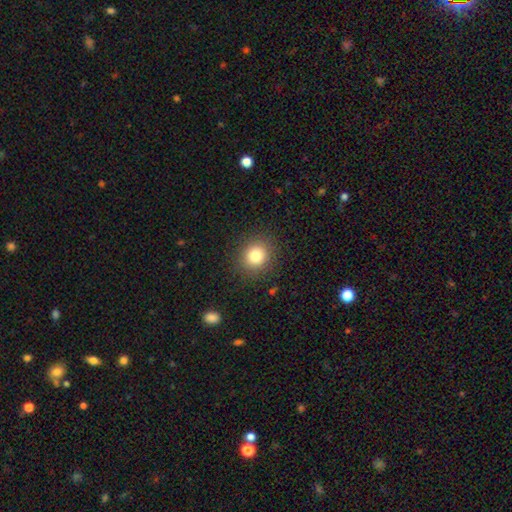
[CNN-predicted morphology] Q: Smooth or featured?
A: smooth (80%); runner-up: star or artifact (12%)
Q: How rounded?
A: round (84%); runner-up: in between (15%)
Q: Merging?
A: none (88%); runner-up: minor disturbance (7%)